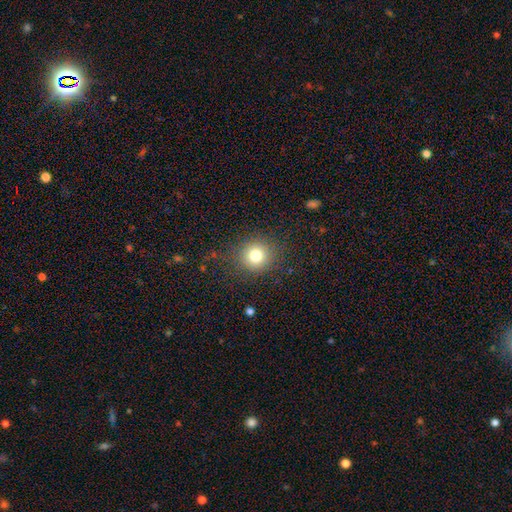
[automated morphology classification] Smooth or featured: smooth — 78% (star or artifact — 13%)
How rounded: round — 89% (in between — 10%)
Merging: none — 86% (minor disturbance — 9%)